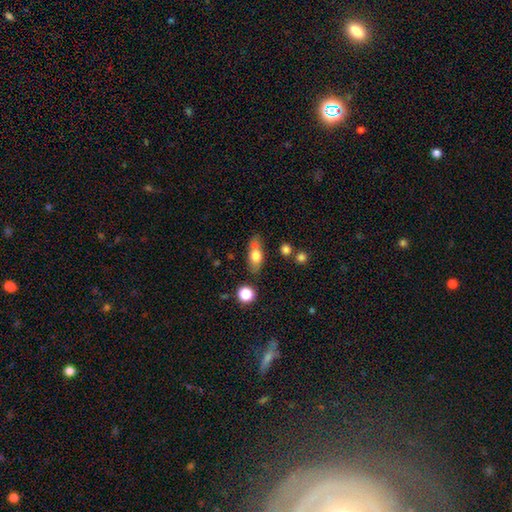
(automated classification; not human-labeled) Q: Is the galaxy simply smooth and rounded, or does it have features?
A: smooth — 71%.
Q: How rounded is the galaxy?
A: in between — 73%.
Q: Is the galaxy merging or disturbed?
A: none — 62%.